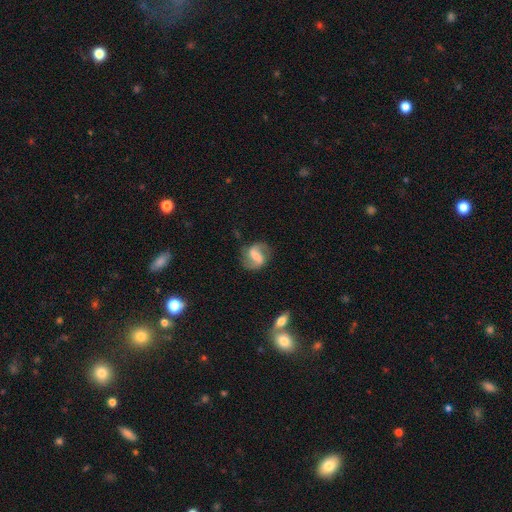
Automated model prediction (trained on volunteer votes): This appears to be a featured or disk galaxy (72%) with a strong bar (51%), 2 (89%) loose (45%) spiral arms (89%) and a small central bulge (36%). Merging: none (75%).